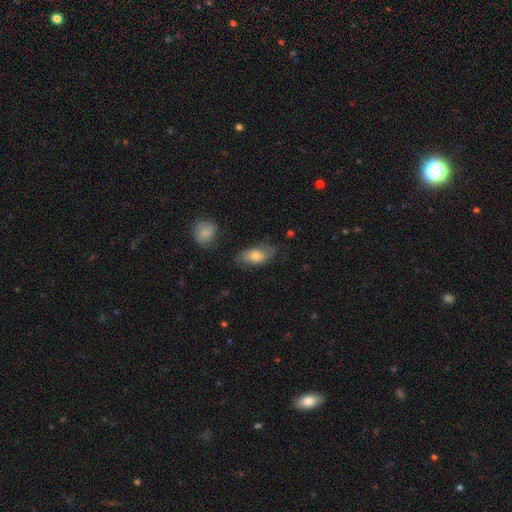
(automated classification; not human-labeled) smooth_or_featured: smooth (p=0.71) [alt: featured or disk p=0.22]
how_rounded: in between (p=0.88) [alt: cigar-shaped p=0.07]
merging: none (p=0.66) [alt: minor disturbance p=0.24]